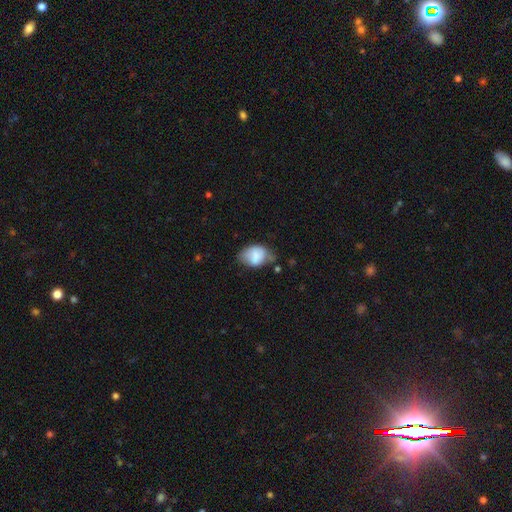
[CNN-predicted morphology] smooth_or_featured: smooth (p=0.75) [alt: featured or disk p=0.17]
how_rounded: in between (p=0.77) [alt: round p=0.22]
merging: none (p=0.45) [alt: minor disturbance p=0.37]